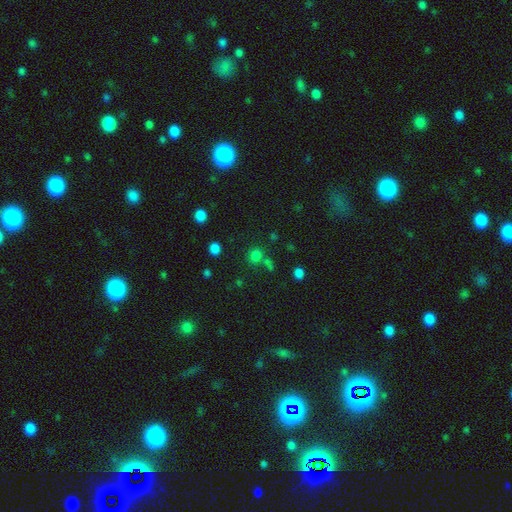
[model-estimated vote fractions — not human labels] This is likely a smooth galaxy (72%). How rounded: likely round (76%). Merging: likely none (63%).